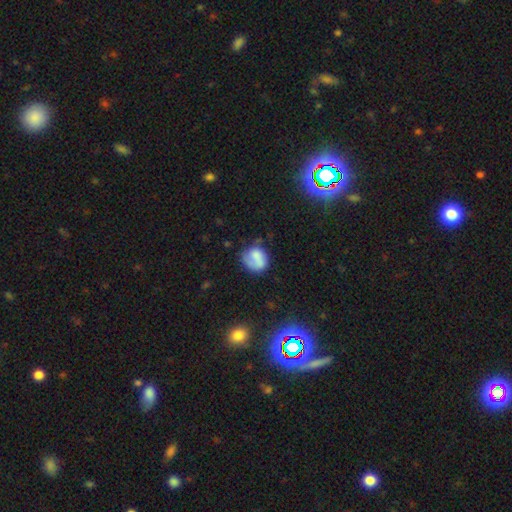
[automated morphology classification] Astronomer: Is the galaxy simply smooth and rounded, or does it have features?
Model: smooth — 69%.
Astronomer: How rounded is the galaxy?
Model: round — 63%.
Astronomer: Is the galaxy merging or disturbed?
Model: none — 46% (runner-up: minor disturbance, 30%).